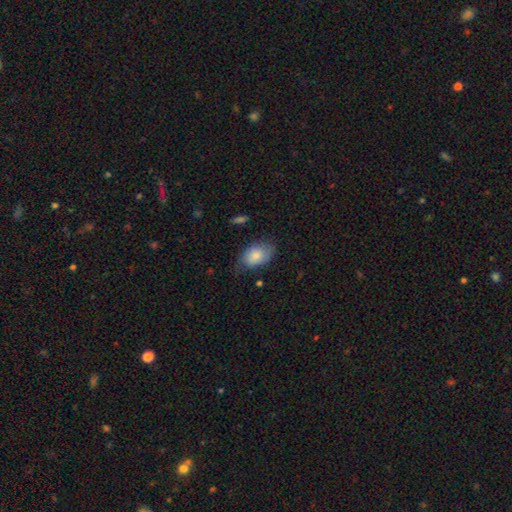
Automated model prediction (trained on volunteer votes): Smooth or featured: smooth — 81% (featured or disk — 13%)
How rounded: in between — 91% (round — 8%)
Merging: none — 61% (minor disturbance — 29%)